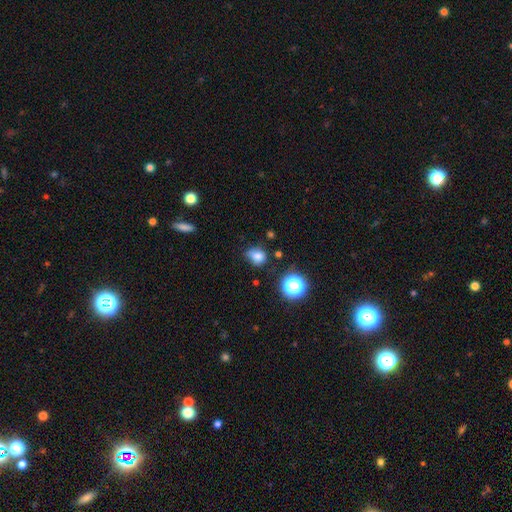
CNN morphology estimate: Smooth or featured? smooth (77%)
How rounded? round (56%)
Merging? none (53%)